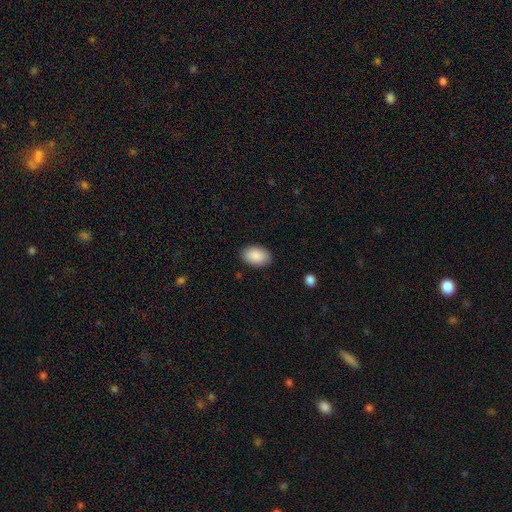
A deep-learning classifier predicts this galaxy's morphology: A smooth galaxy with no disk features (90%) that is in between round and cigar-shaped (91%). Merging: none (88%).